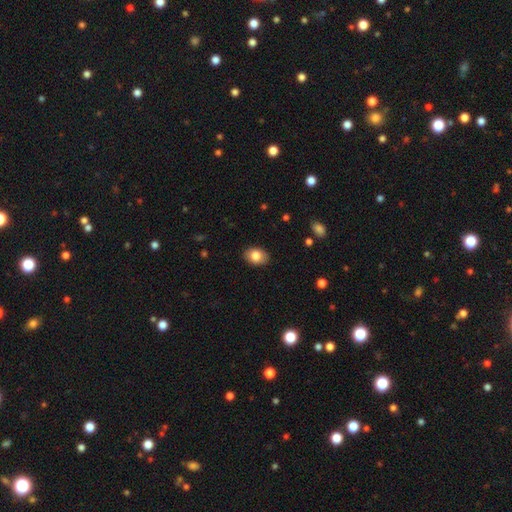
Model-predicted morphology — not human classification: Q: Smooth or featured?
A: smooth (82%); runner-up: featured or disk (10%)
Q: How rounded?
A: in between (75%); runner-up: round (24%)
Q: Merging?
A: none (88%); runner-up: minor disturbance (9%)